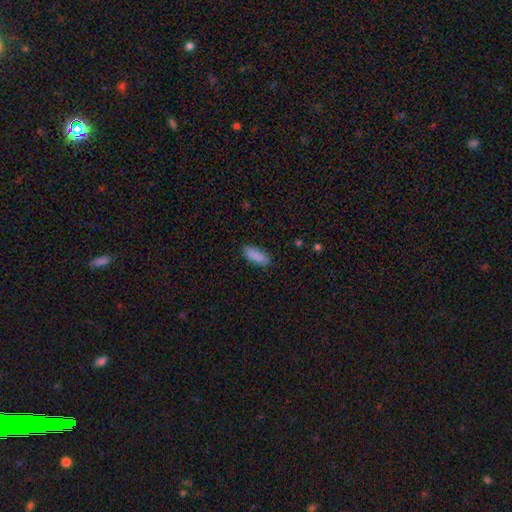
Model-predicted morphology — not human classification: type=smooth (88%); roundness=in between (74%); merging=none (84%).